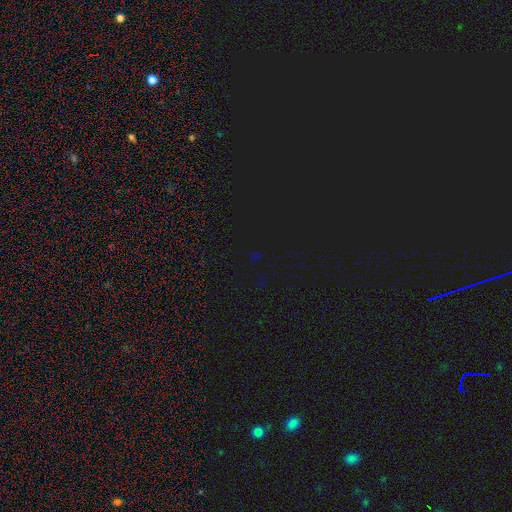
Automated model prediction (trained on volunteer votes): The model was most divided on "smooth or featured": star or artifact: 78%, smooth: 15%, featured or disk: 7%.